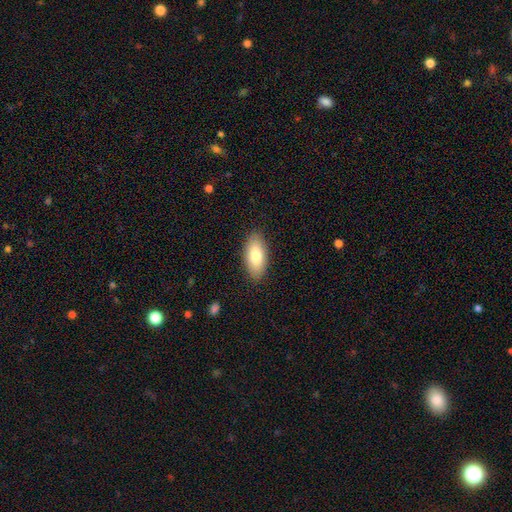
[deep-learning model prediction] Overall: smooth (80%). How rounded: in between (89%). Merging: none (87%).